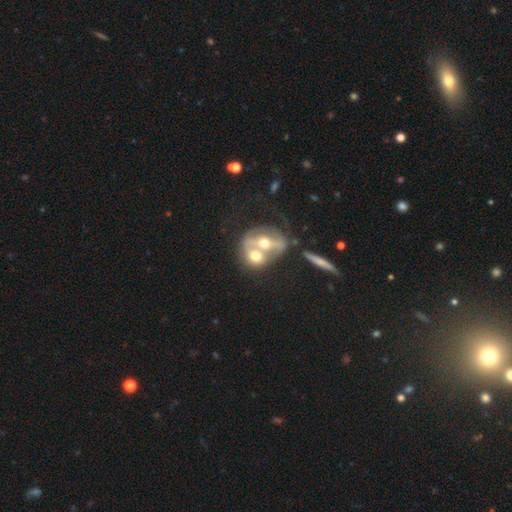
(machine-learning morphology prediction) Overall: featured or disk (53%; smooth 38%). Edge-on disk: no (90%). Merging: merger (63%; none 24%).